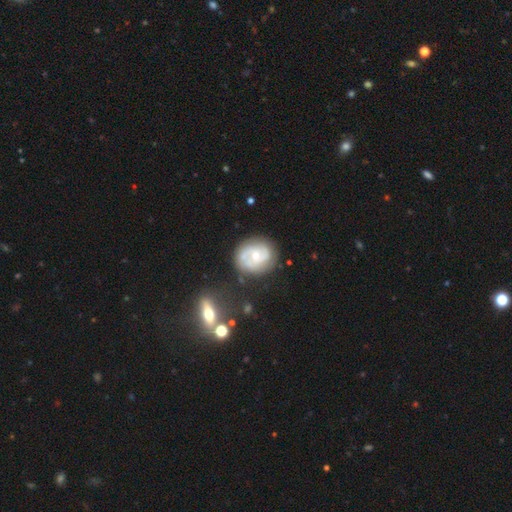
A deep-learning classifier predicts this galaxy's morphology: Smooth or featured: featured or disk — 71% (smooth — 22%)
Edge-on disk: no — 97% (yes — 3%)
Bar: no — 66% (weak — 28%)
Spiral arms: yes — 84% (no — 16%)
Spiral winding: tight — 43% (medium — 40%)
Spiral arm count: 2 — 60% (can't tell — 20%)
Bulge size: small — 48% (tied with moderate — 48%)
Merging: none — 73% (minor disturbance — 17%)